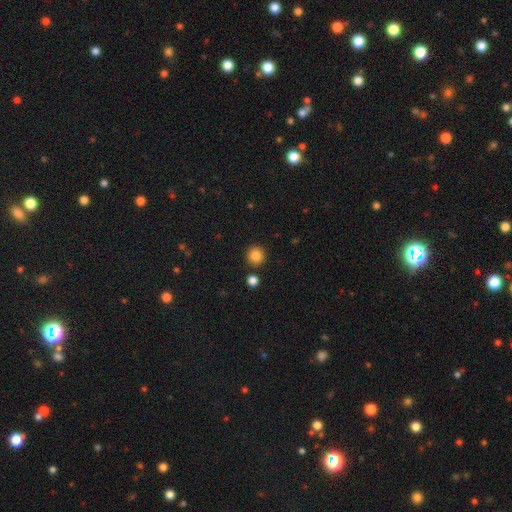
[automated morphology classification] Overall: smooth (85%). How rounded: round (93%). Merging: none (87%).